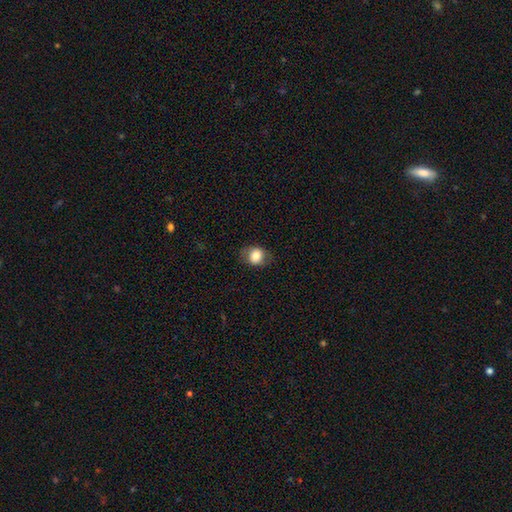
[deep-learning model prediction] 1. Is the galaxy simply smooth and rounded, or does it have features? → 78% smooth, 14% featured or disk, 9% star or artifact.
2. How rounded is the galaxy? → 59% round, 40% in between, 1% cigar-shaped.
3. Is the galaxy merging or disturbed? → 77% none, 16% minor disturbance, 6% major disturbance, 1% merger.